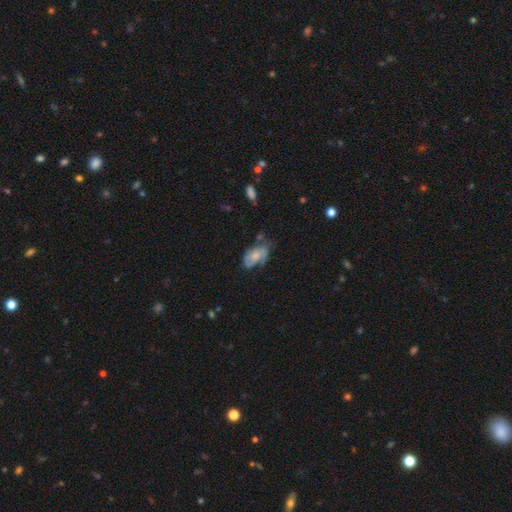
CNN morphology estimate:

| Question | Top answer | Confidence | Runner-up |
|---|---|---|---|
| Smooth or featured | featured or disk | 51% | smooth (42%) |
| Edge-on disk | no | 95% | yes (5%) |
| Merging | none | 43% | minor disturbance (34%) |